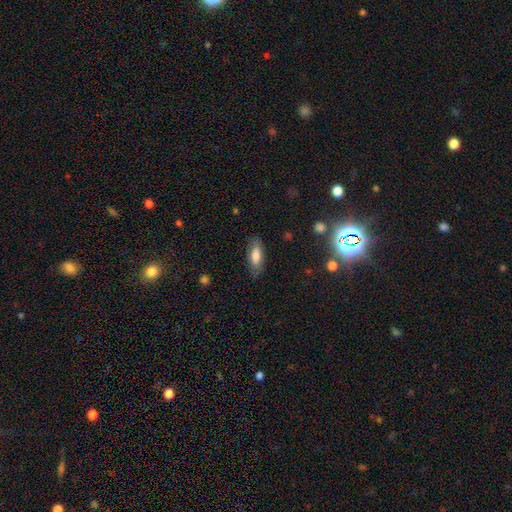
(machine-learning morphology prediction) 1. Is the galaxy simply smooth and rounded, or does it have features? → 74% smooth, 19% featured or disk, 7% star or artifact.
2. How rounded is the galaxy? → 66% in between, 32% cigar-shaped, 2% round.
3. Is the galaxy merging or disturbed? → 81% none, 14% minor disturbance, 4% major disturbance, 1% merger.